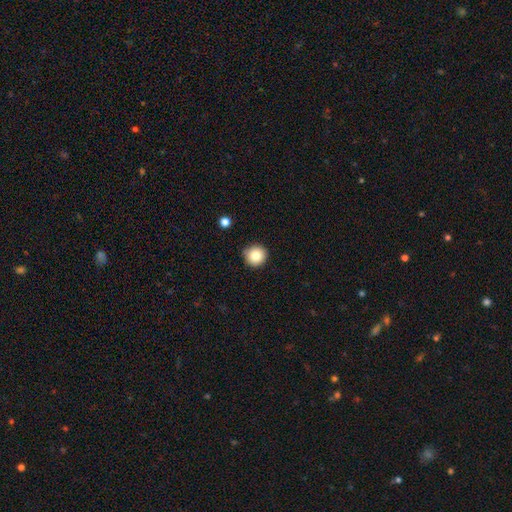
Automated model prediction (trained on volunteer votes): Overall: smooth (83%). How rounded: round (95%). Merging: none (89%).